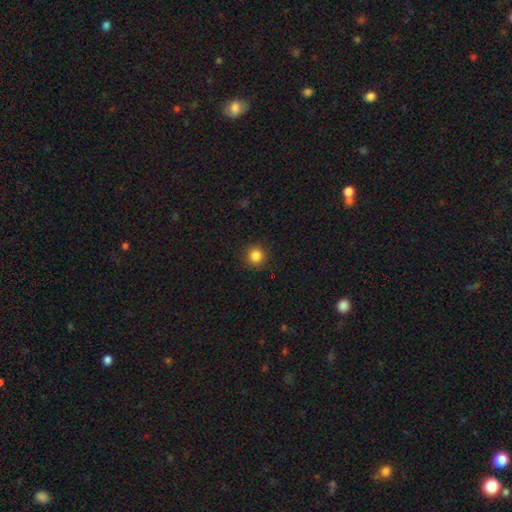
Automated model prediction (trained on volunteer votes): Q: Smooth or featured?
A: smooth (85%); runner-up: star or artifact (11%)
Q: How rounded?
A: round (94%); runner-up: in between (5%)
Q: Merging?
A: none (91%); runner-up: minor disturbance (6%)